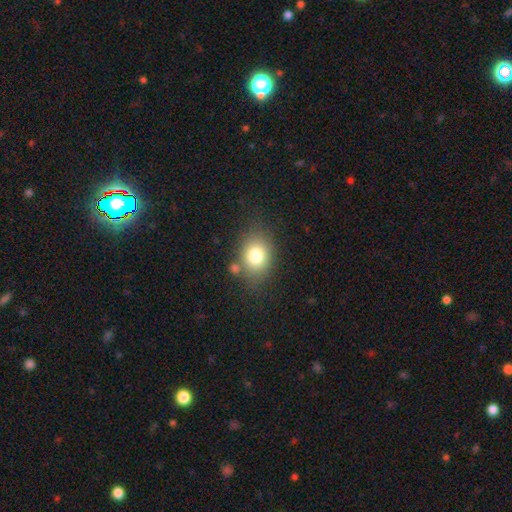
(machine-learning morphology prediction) Smooth or featured: smooth — 78% (star or artifact — 11%)
How rounded: in between — 56% (round — 43%)
Merging: none — 71% (minor disturbance — 15%)